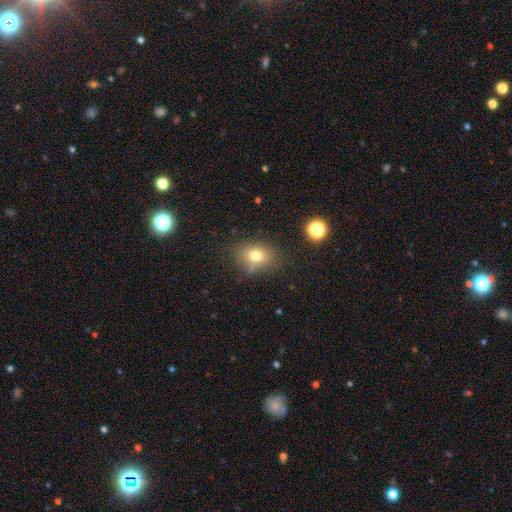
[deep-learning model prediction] smooth-or-featured: smooth: 74% | star or artifact: 14% | featured or disk: 12%
  how-rounded: in between: 55% | round: 44% | cigar-shaped: 1%
  merging: none: 71% | minor disturbance: 19% | major disturbance: 6% | merger: 4%